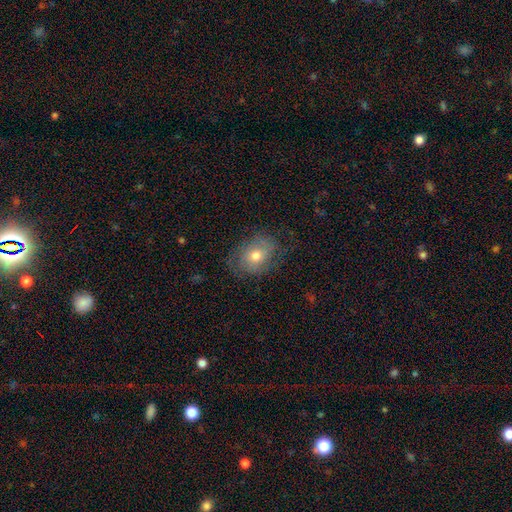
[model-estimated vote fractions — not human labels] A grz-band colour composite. It shows a smooth galaxy with no disk features (55%) that is in between round and cigar-shaped (58%). Merging: none (69%).